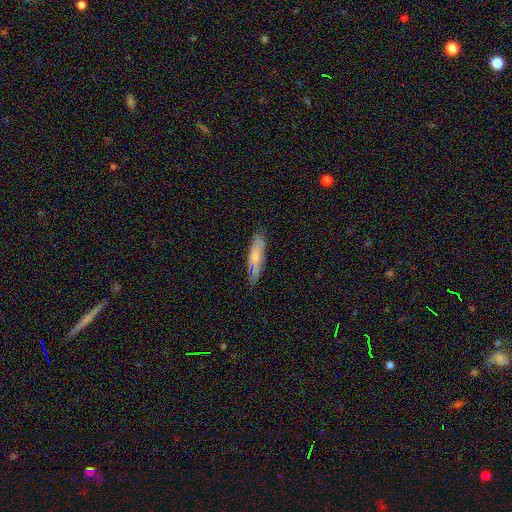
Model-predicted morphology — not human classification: A smooth galaxy with no disk features (62%) that is cigar-shaped (64%). Merging: none (75%).